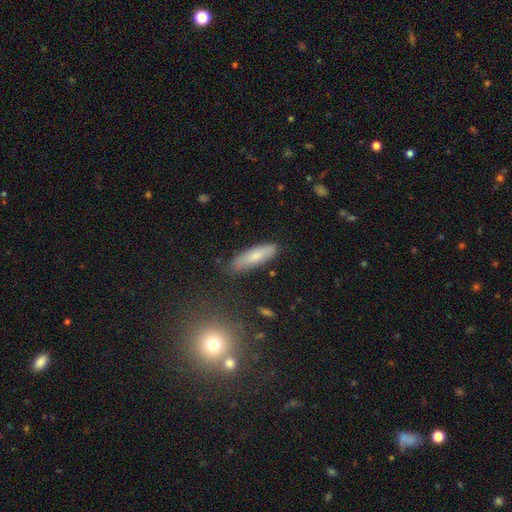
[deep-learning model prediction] The model was most divided on "how rounded": cigar-shaped: 57%, in between: 41%, round: 2%. More confident: merging — none (80%); smooth or featured — smooth (74%).